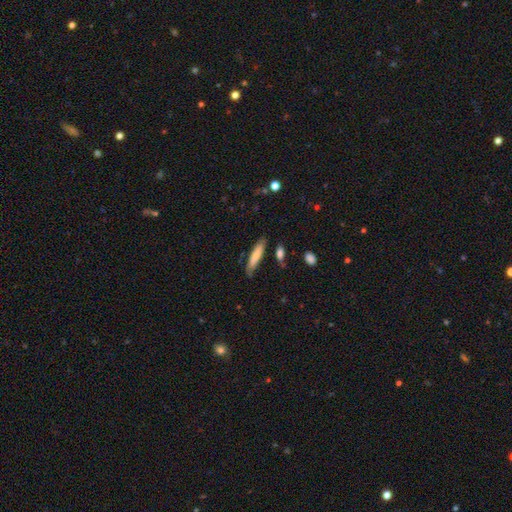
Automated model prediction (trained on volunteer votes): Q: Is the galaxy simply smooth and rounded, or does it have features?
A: smooth — 76%.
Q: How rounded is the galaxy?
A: cigar-shaped — 85%.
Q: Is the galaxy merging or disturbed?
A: none — 81%.